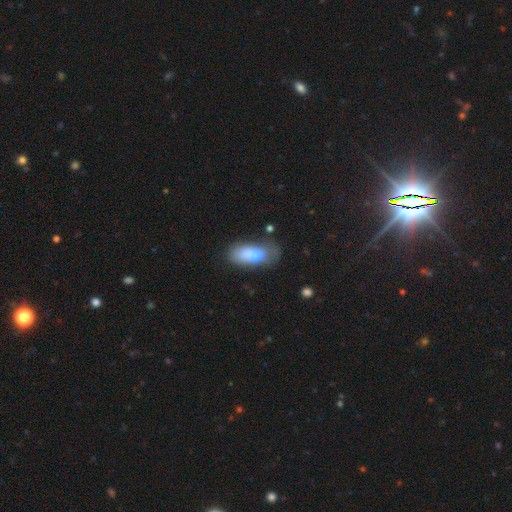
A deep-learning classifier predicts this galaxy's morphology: Smooth or featured? smooth (67%)
How rounded? in between (83%)
Merging? none (36%)